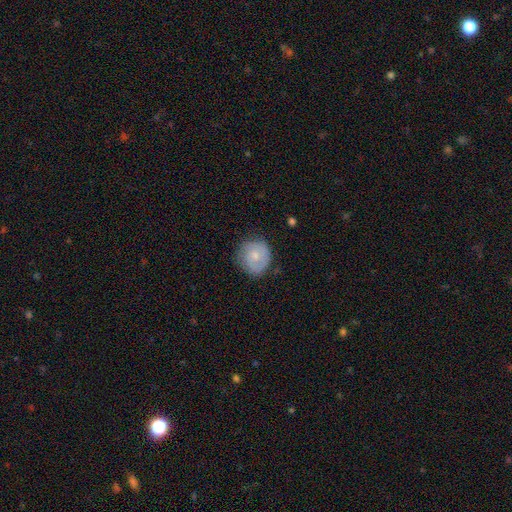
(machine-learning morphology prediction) type=featured or disk (48%); merging=none (79%).